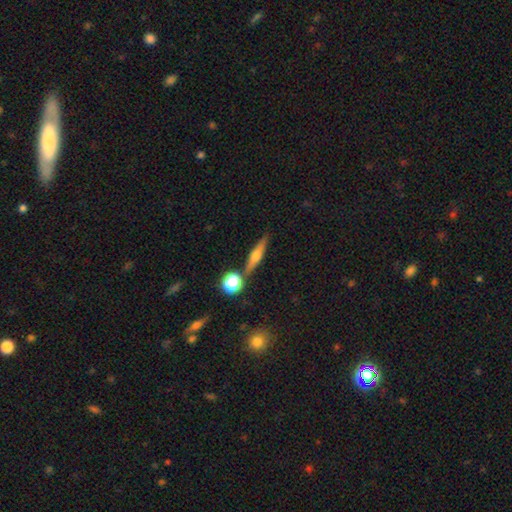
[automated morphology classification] This appears to be a featured or disk galaxy (57%) viewed edge-on (94%) with a rounded central bulge (89%). Merging: none (82%).